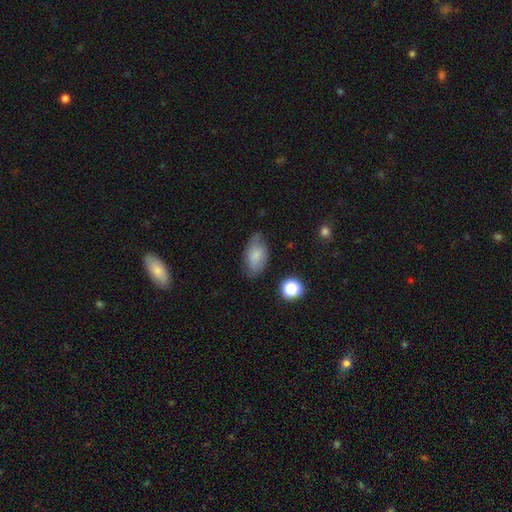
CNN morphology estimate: Smooth or featured?
  - smooth: 73% *
  - featured or disk: 18%
  - star or artifact: 9%
How rounded?
  - in between: 92% *
  - round: 6%
  - cigar-shaped: 3%
Merging?
  - none: 67% *
  - minor disturbance: 25%
  - major disturbance: 6%
  - merger: 2%